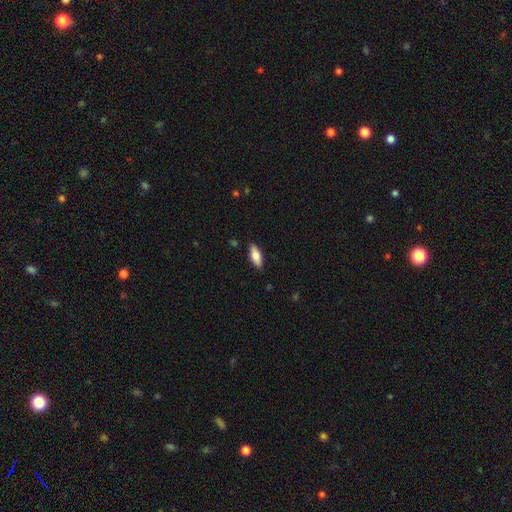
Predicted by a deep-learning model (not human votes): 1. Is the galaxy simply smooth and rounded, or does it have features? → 76% smooth, 18% featured or disk, 6% star or artifact.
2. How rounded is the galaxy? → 77% in between, 21% cigar-shaped, 2% round.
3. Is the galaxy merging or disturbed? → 87% none, 10% minor disturbance, 2% major disturbance, 1% merger.